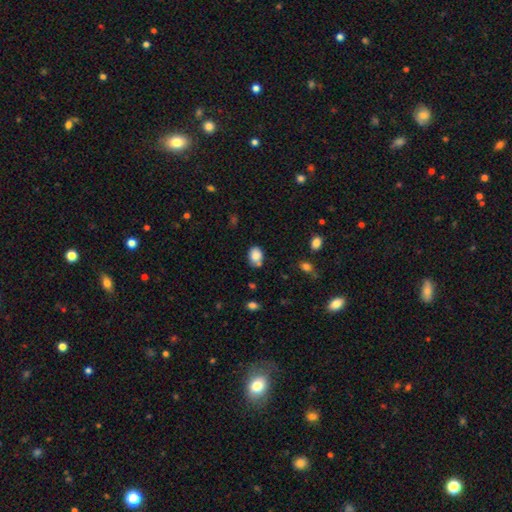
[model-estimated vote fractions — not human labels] This appears to be a smooth galaxy with no disk features (84%) that is in between round and cigar-shaped (65%). Merging: none (64%).